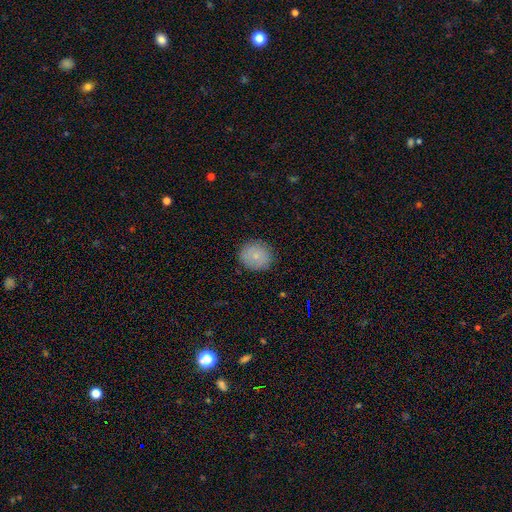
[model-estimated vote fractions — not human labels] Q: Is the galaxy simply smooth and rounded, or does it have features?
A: smooth — 77%.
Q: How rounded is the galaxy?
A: round — 82%.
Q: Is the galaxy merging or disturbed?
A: none — 85%.